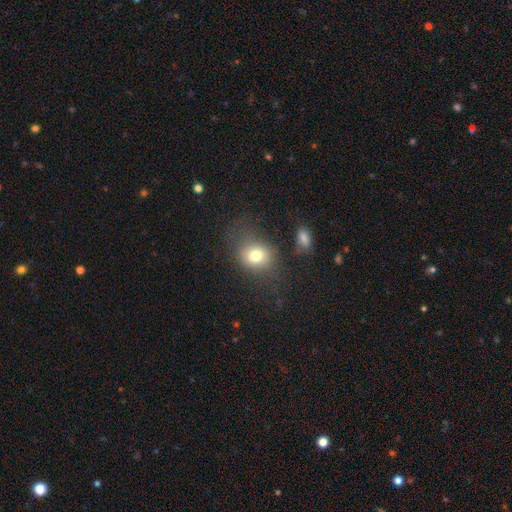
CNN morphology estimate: A smooth galaxy with no disk features (75%) that is round (61%).

Vote fractions:
- Smooth or featured? smooth: 75% / featured or disk: 13% / star or artifact: 13%
- How rounded? round: 61% / in between: 38% / cigar-shaped: 1%
- Merging? none: 66% / minor disturbance: 18% / major disturbance: 12% / merger: 5%